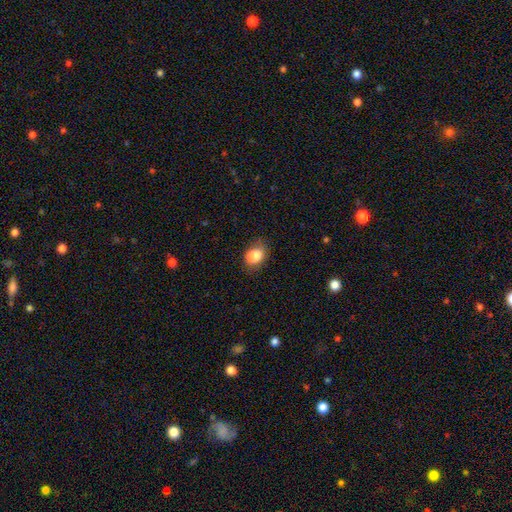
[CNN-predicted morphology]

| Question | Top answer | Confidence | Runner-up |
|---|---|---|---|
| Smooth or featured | smooth | 80% | featured or disk (10%) |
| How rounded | in between | 68% | round (30%) |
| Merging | none | 54% | minor disturbance (22%) |